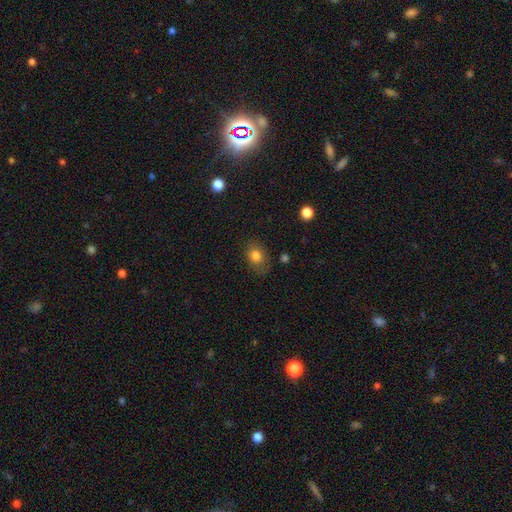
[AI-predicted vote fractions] smooth-or-featured: smooth: 79% | featured or disk: 11% | star or artifact: 10%
  how-rounded: in between: 67% | round: 32% | cigar-shaped: 1%
  merging: none: 72% | minor disturbance: 20% | major disturbance: 6% | merger: 2%